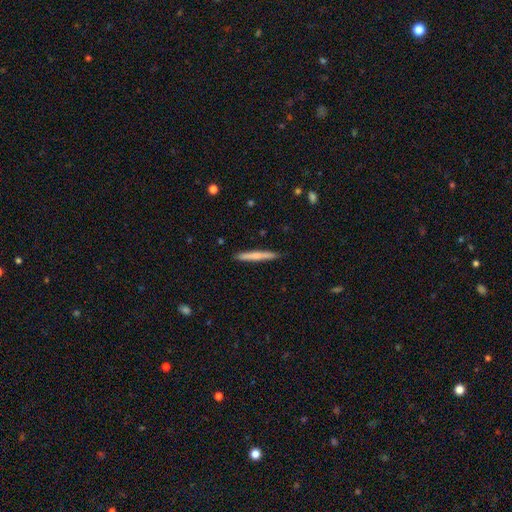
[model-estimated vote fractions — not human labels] A smooth galaxy with no disk features (65%) that is cigar-shaped (96%). Merging: none (89%).